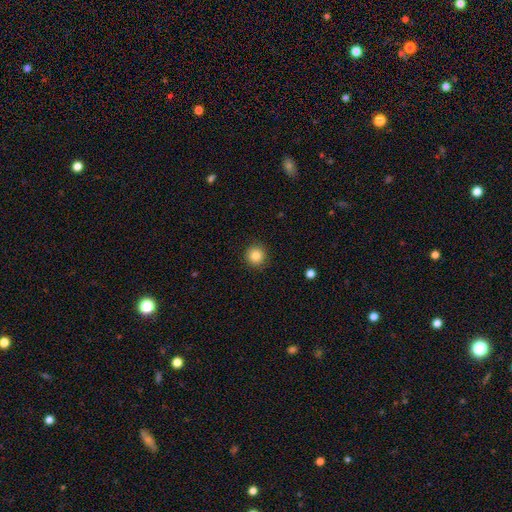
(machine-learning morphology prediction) Overall: smooth (84%). How rounded: round (94%). Merging: none (91%).